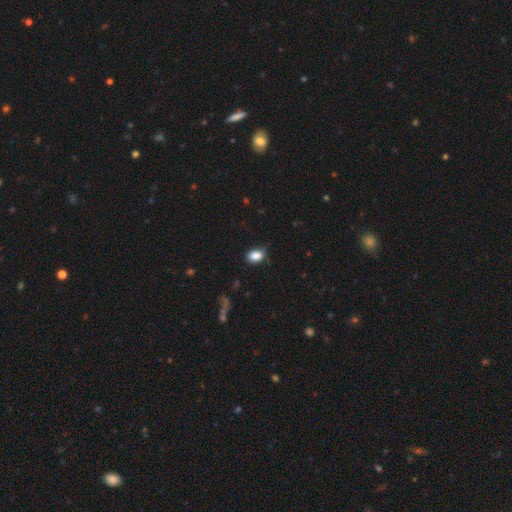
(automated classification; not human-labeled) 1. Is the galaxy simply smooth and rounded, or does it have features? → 86% smooth, 9% star or artifact, 5% featured or disk.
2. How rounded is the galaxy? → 84% in between, 14% round, 2% cigar-shaped.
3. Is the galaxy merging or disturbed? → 70% none, 23% minor disturbance, 5% major disturbance, 2% merger.